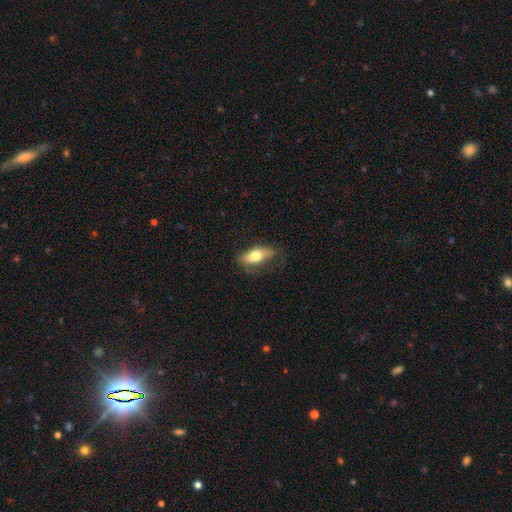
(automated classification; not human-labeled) smooth-or-featured: smooth: 66% | featured or disk: 27% | star or artifact: 7%
  how-rounded: in between: 78% | cigar-shaped: 16% | round: 6%
  merging: none: 63% | minor disturbance: 25% | major disturbance: 10% | merger: 2%